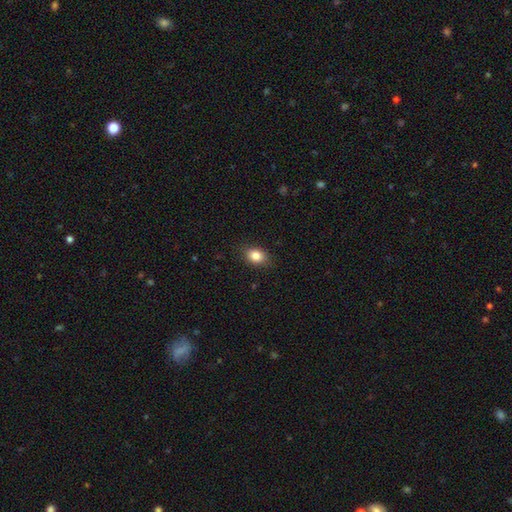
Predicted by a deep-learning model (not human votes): smooth-or-featured: smooth: 84% | star or artifact: 9% | featured or disk: 7%
  how-rounded: in between: 67% | round: 32% | cigar-shaped: 1%
  merging: none: 86% | minor disturbance: 11% | major disturbance: 3% | merger: 1%